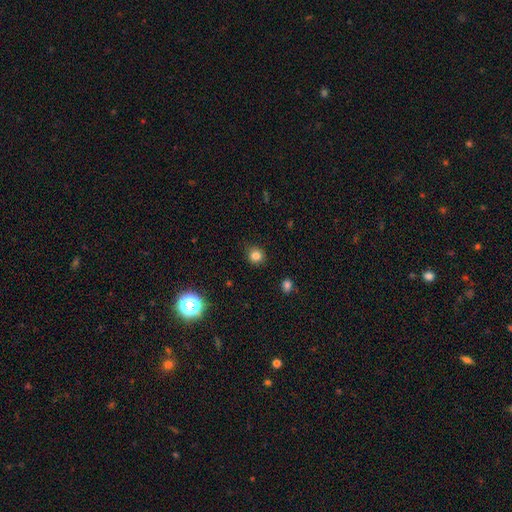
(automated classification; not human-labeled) Smooth or featured? Predicted: smooth (p=0.82). How rounded? Predicted: round (p=0.87). Merging? Predicted: none (p=0.85).